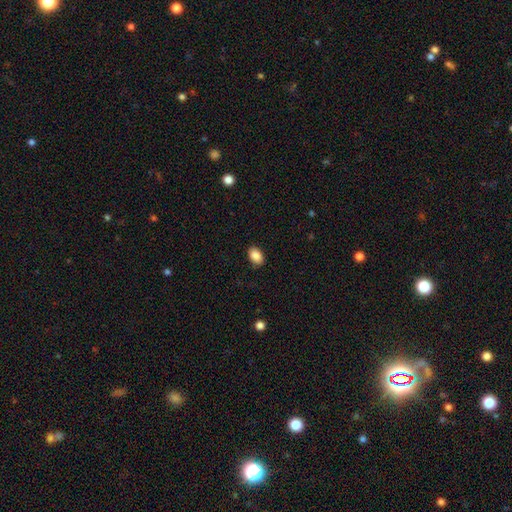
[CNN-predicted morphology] smooth 89%, star or artifact 7%, featured or disk 4%. Down the decision tree: how rounded — in between (88%); merging — none (88%).